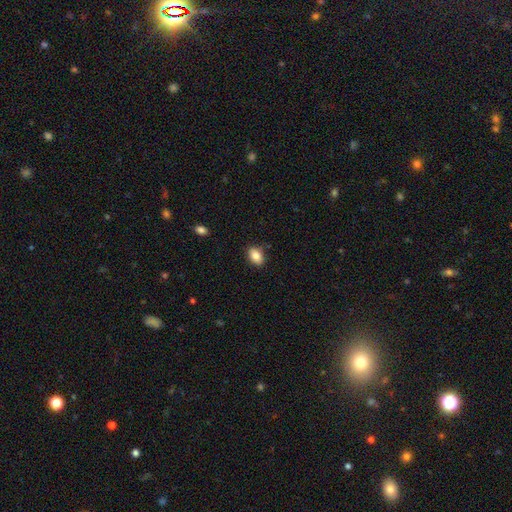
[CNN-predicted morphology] smooth_or_featured: smooth (p=0.86) [alt: star or artifact p=0.08]
how_rounded: in between (p=0.86) [alt: round p=0.12]
merging: none (p=0.85) [alt: minor disturbance p=0.11]